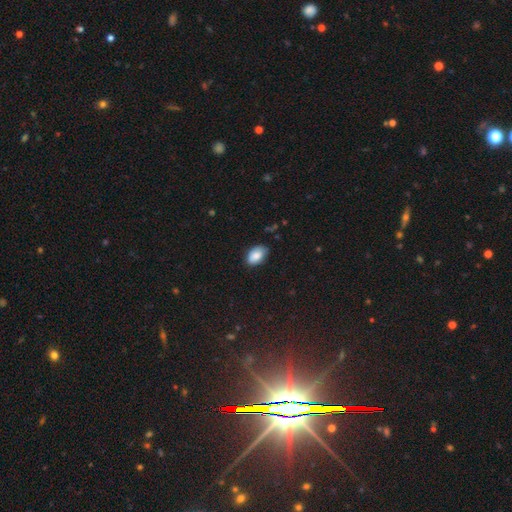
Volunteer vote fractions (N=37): smooth-or-featured: smooth: 95% | featured or disk: 5% | star or artifact: 0%
  how-rounded: in between: 94% | round: 6% | cigar-shaped: 0%
  merging: none: 84% | minor disturbance: 14% | major disturbance: 3% | merger: 0%